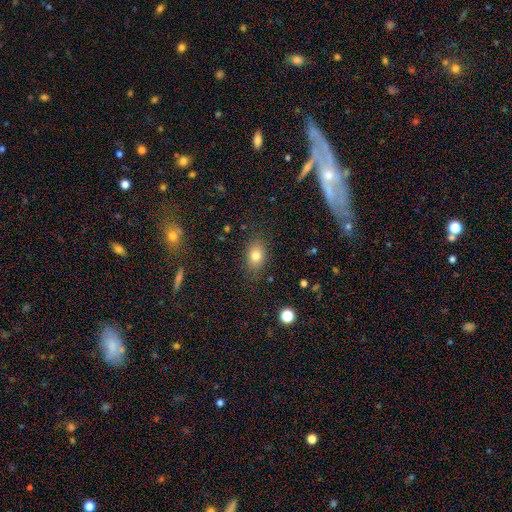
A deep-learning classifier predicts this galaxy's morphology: A smooth galaxy with no disk features (79%) that is in between round and cigar-shaped (74%). Merging: none (83%).